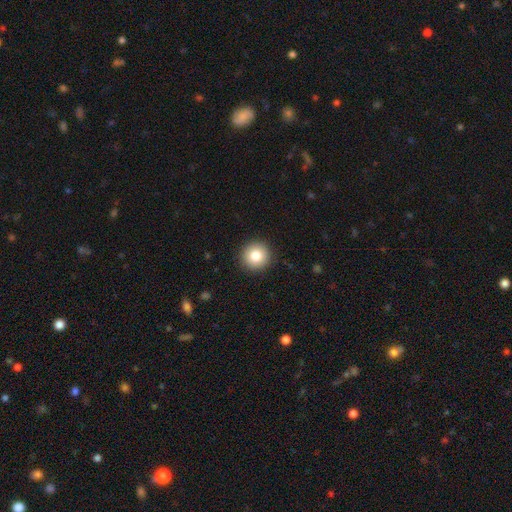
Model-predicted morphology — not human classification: Overall: smooth (82%). How rounded: round (95%). Merging: none (92%).